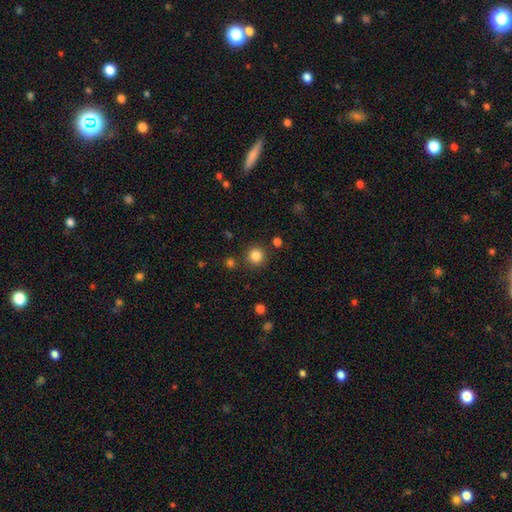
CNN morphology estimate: Smooth or featured? Predicted: smooth (p=0.84). How rounded? Predicted: round (p=0.93). Merging? Predicted: none (p=0.87).